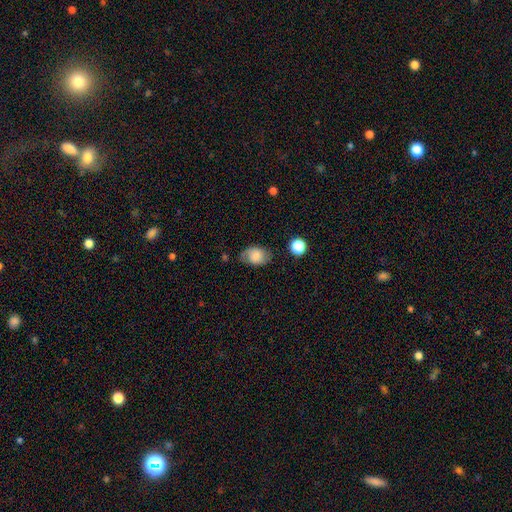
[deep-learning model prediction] A smooth galaxy with no disk features (66%) that is in between round and cigar-shaped (78%). Merging: none (66%).